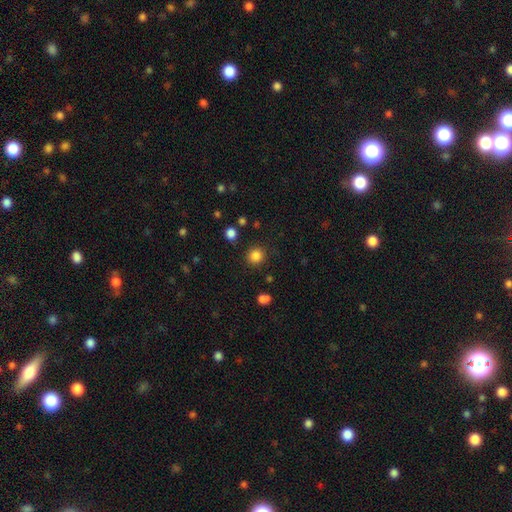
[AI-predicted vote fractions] A smooth galaxy with no disk features (85%) that is round (89%).

Vote fractions:
- Smooth or featured? smooth: 85% / star or artifact: 12% / featured or disk: 4%
- How rounded? round: 89% / in between: 10% / cigar-shaped: 1%
- Merging? none: 88% / minor disturbance: 7% / major disturbance: 3% / merger: 2%